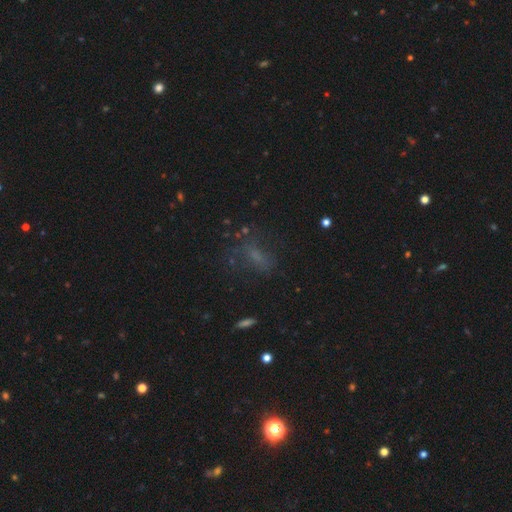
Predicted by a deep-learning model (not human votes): Overall: smooth (48%; star or artifact 27%). Merging: none (55%; major disturbance 21%).